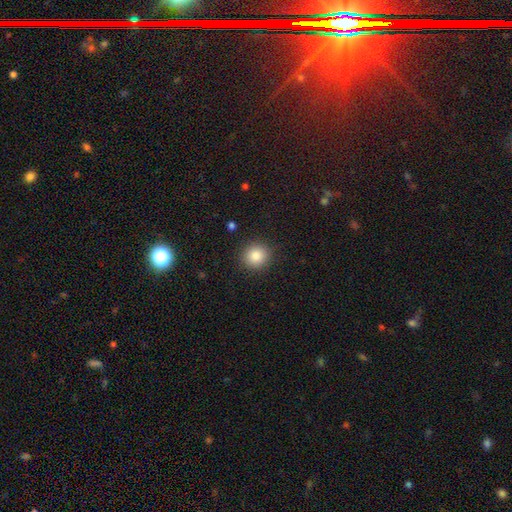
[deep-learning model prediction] Smooth or featured? Predicted: smooth (p=0.86). How rounded? Predicted: round (p=0.91). Merging? Predicted: none (p=0.90).